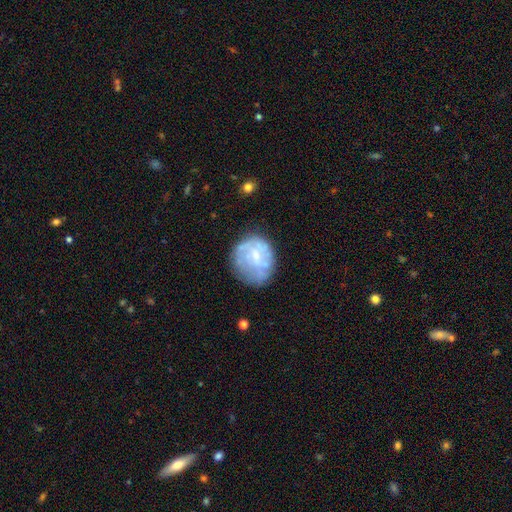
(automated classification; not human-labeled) A featured or disk galaxy (56%) with no bar (64%), no spiral arms (53%) and a small central bulge (57%). Merging: none (60%).